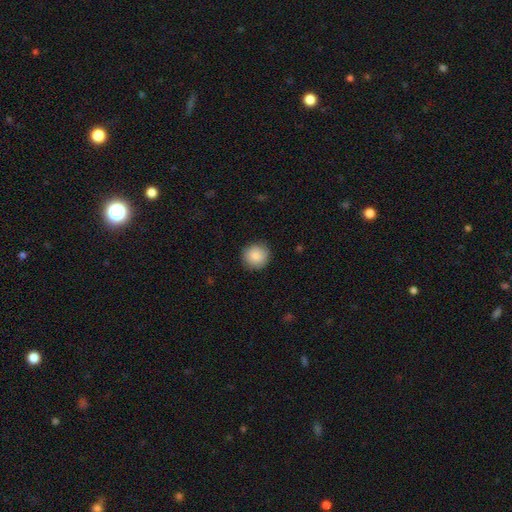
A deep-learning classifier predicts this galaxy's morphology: smooth-or-featured: smooth: 87% | star or artifact: 8% | featured or disk: 5%
  how-rounded: round: 93% | in between: 6% | cigar-shaped: 1%
  merging: none: 87% | minor disturbance: 10% | major disturbance: 2% | merger: 1%